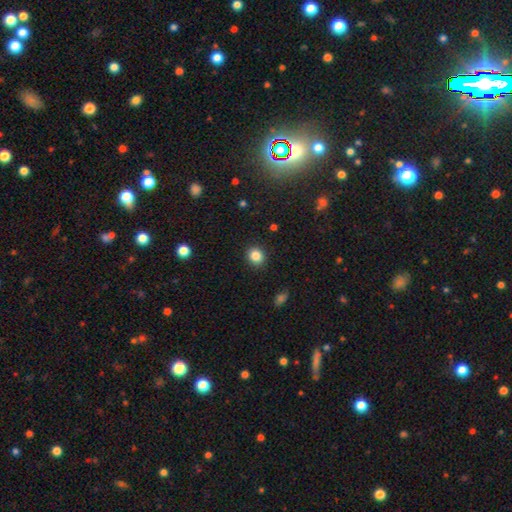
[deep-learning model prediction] Q: Smooth or featured?
A: smooth (85%); runner-up: star or artifact (10%)
Q: How rounded?
A: round (76%); runner-up: in between (23%)
Q: Merging?
A: none (90%); runner-up: minor disturbance (7%)